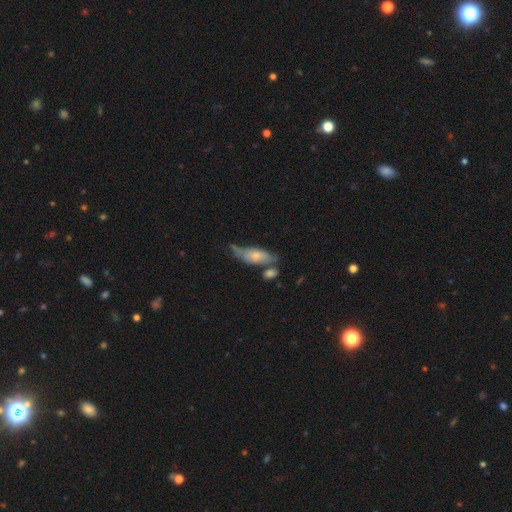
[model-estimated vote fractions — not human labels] This appears to be a smooth galaxy with no disk features (61%) that is in between round and cigar-shaped (69%). Merging: none (38%).